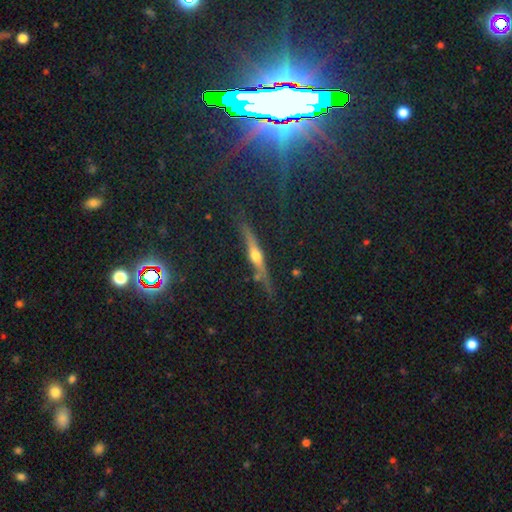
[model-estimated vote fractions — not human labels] Smooth or featured: featured or disk — 66% (smooth — 21%)
Edge-on disk: yes — 92% (no — 8%)
Edge-on bulge: rounded — 89% (none — 6%)
Merging: none — 78% (minor disturbance — 14%)